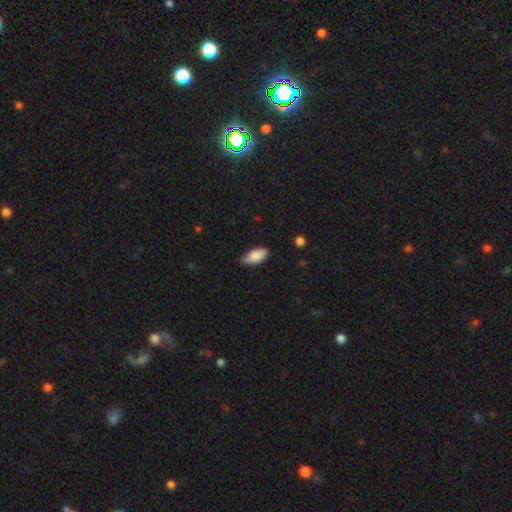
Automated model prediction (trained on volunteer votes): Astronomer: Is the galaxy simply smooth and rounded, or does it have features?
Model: smooth — 86%.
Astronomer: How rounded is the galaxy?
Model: in between — 93%.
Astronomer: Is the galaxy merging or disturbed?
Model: none — 71%.